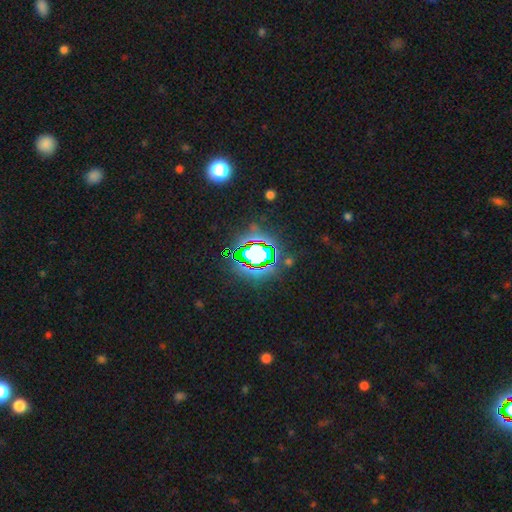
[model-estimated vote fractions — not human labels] Smooth or featured? Predicted: star or artifact (p=0.73).